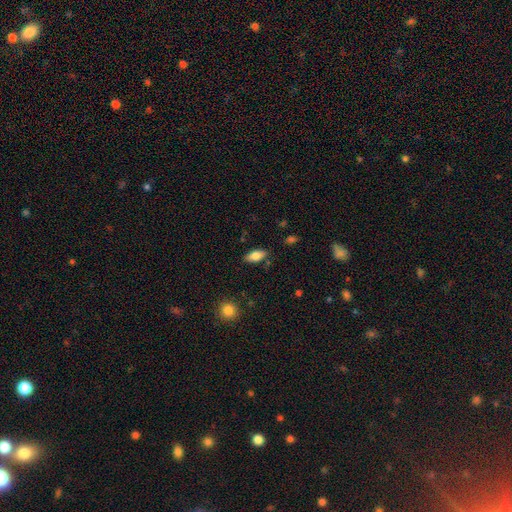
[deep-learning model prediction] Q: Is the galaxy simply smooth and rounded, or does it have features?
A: smooth — 78%.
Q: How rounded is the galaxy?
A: in between — 85%.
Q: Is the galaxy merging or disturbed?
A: none — 83%.